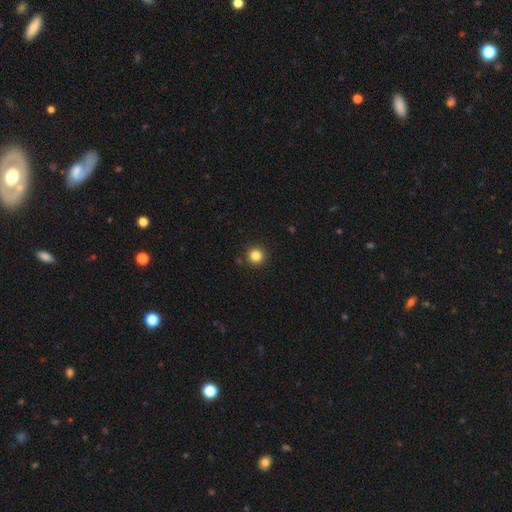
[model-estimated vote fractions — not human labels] smooth-or-featured: smooth: 83% | star or artifact: 12% | featured or disk: 5%
  how-rounded: round: 95% | in between: 4% | cigar-shaped: 1%
  merging: none: 91% | minor disturbance: 5% | major disturbance: 2% | merger: 2%